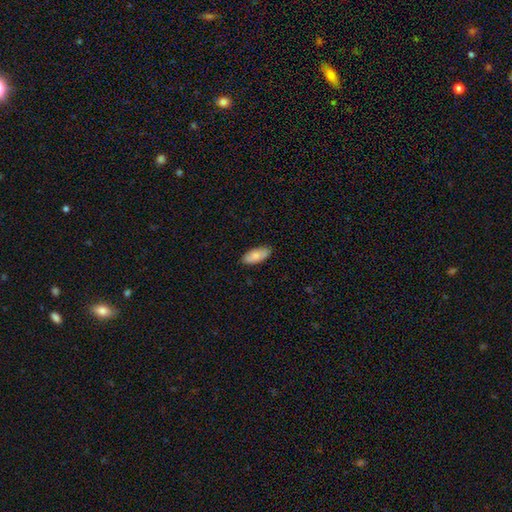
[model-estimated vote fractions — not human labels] Smooth or featured?
  - smooth: 85% *
  - featured or disk: 9%
  - star or artifact: 6%
How rounded?
  - in between: 87% *
  - cigar-shaped: 12%
  - round: 2%
Merging?
  - none: 84% *
  - minor disturbance: 13%
  - major disturbance: 2%
  - merger: 1%